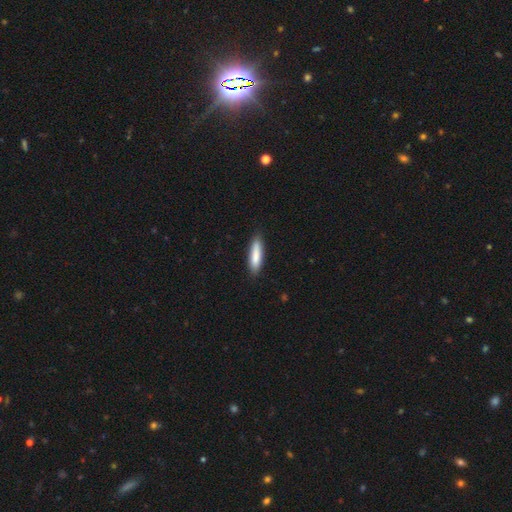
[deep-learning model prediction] This is clearly a smooth galaxy (84%). How rounded: likely cigar-shaped (72%). Merging: clearly none (85%).